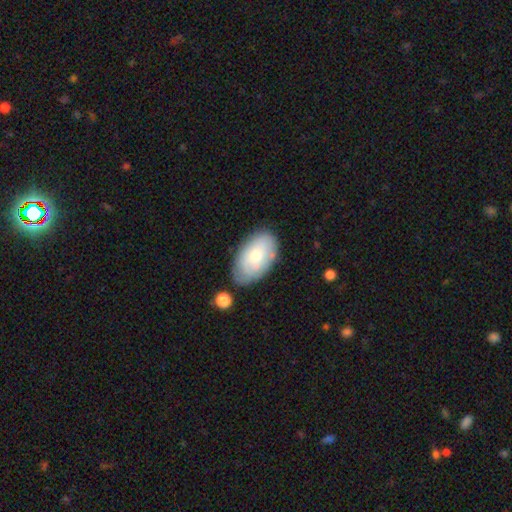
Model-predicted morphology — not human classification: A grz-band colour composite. It shows a smooth galaxy with no disk features (66%) that is in between round and cigar-shaped (94%). Merging: none (73%).